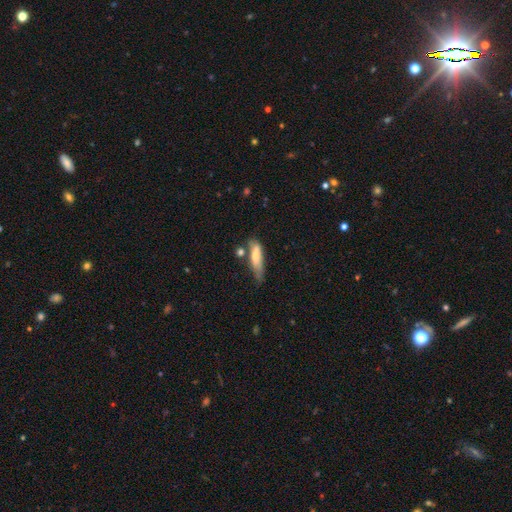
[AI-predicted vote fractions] smooth-or-featured: smooth: 71% | featured or disk: 23% | star or artifact: 7%
  how-rounded: cigar-shaped: 60% | in between: 37% | round: 2%
  merging: none: 39% | minor disturbance: 32% | merger: 15% | major disturbance: 13%